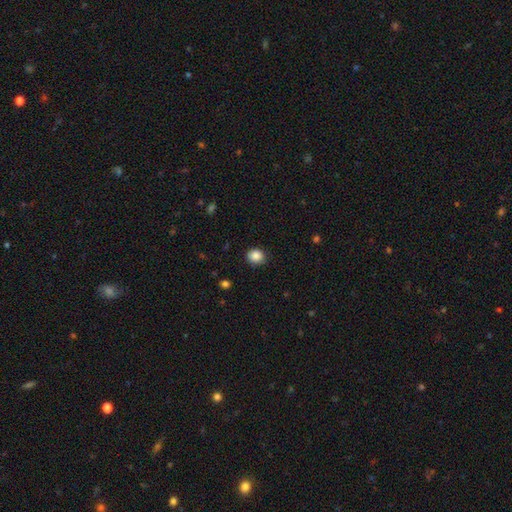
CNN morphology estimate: Smooth or featured? Predicted: smooth (p=0.87). How rounded? Predicted: round (p=0.73). Merging? Predicted: none (p=0.86).